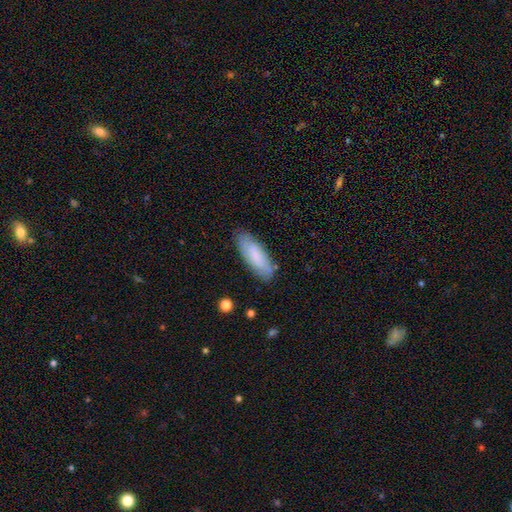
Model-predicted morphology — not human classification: smooth_or_featured: smooth (p=0.78) [alt: featured or disk p=0.16]
how_rounded: in between (p=0.59) [alt: cigar-shaped p=0.40]
merging: none (p=0.82) [alt: minor disturbance p=0.13]